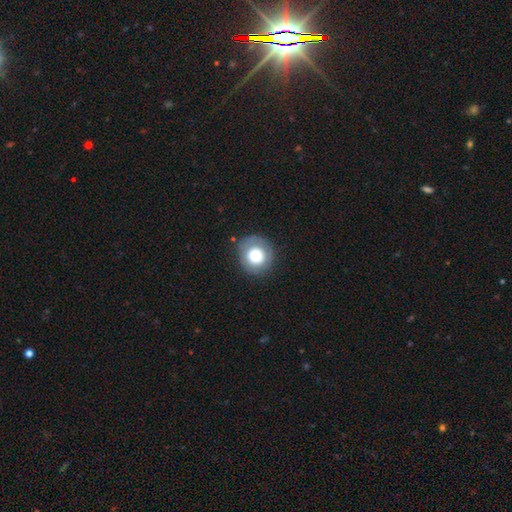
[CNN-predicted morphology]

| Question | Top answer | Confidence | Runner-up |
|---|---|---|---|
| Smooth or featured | smooth | 72% | featured or disk (19%) |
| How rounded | round | 93% | in between (6%) |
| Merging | none | 81% | minor disturbance (12%) |